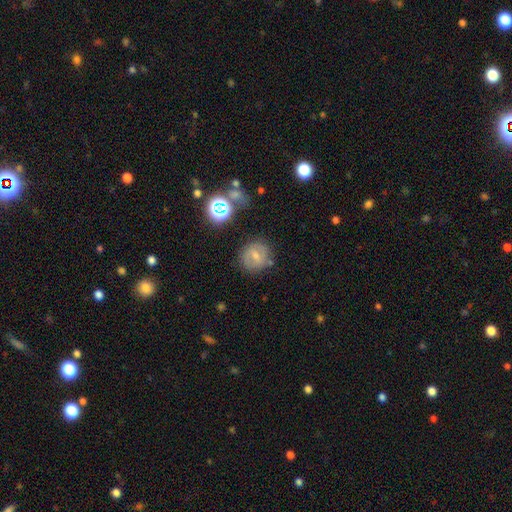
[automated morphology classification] Smooth or featured?
  - smooth: 47% *
  - featured or disk: 40%
  - star or artifact: 13%
Merging?
  - none: 75% *
  - minor disturbance: 15%
  - major disturbance: 5%
  - merger: 5%